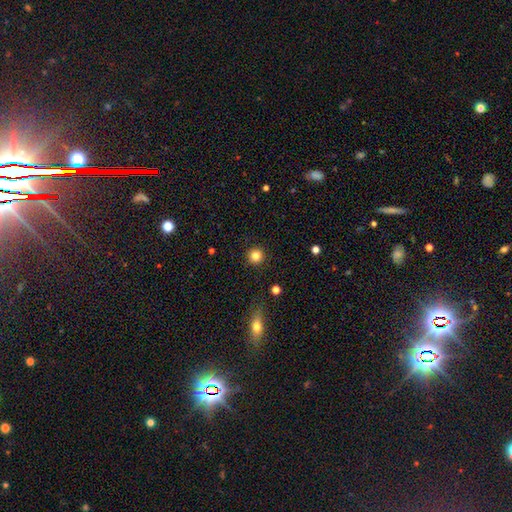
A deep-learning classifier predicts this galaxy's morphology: Smooth or featured? Predicted: smooth (p=0.84). How rounded? Predicted: round (p=0.95). Merging? Predicted: none (p=0.91).